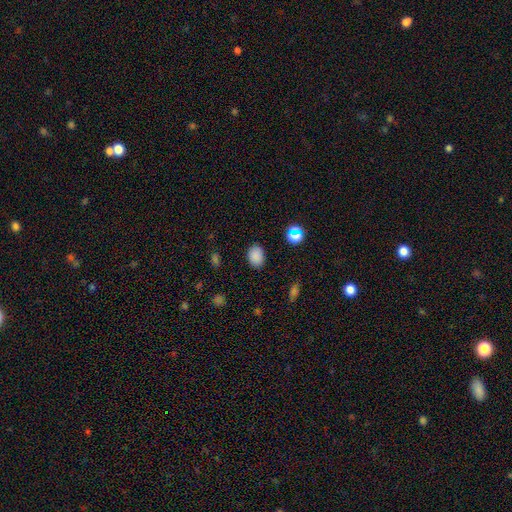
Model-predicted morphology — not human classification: This appears to be a smooth galaxy with no disk features (84%) that is in between round and cigar-shaped (73%). Merging: none (85%).